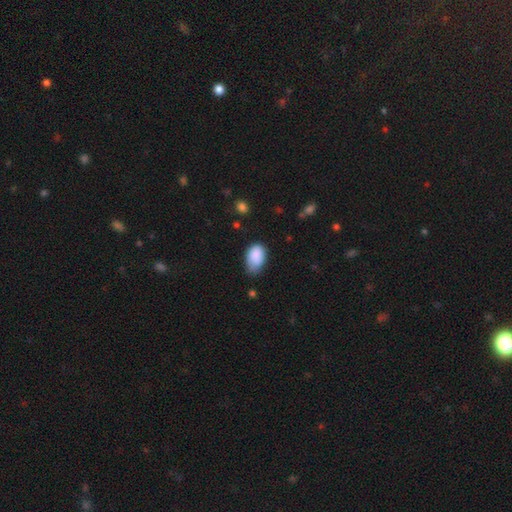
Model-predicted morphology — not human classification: smooth-or-featured: smooth: 88% | star or artifact: 7% | featured or disk: 5%
  how-rounded: in between: 89% | round: 10% | cigar-shaped: 1%
  merging: none: 49% | minor disturbance: 41% | major disturbance: 8% | merger: 2%